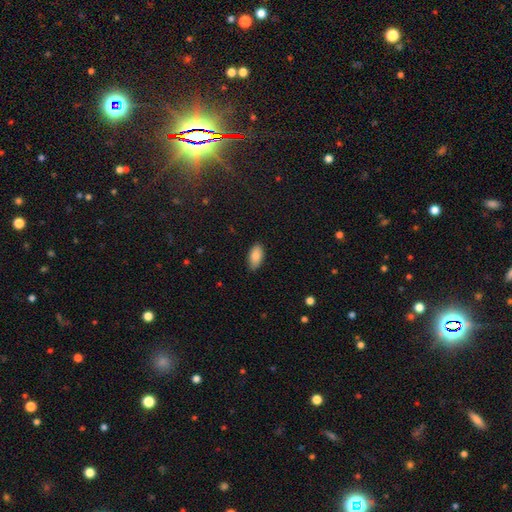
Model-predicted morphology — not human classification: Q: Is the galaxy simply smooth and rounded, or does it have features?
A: smooth — 87%.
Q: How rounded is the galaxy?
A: in between — 92%.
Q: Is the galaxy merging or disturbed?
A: none — 83%.